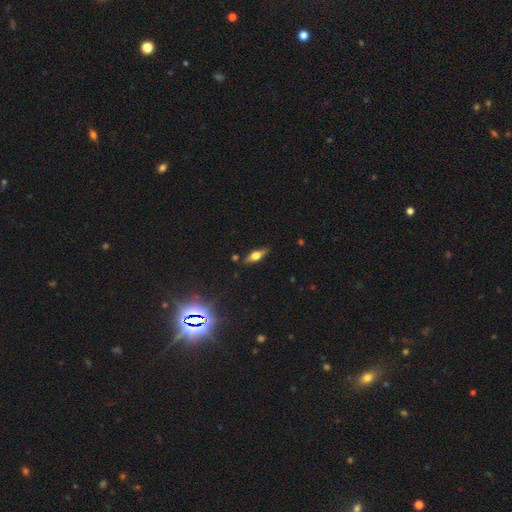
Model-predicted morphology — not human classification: Smooth or featured?
  - featured or disk: 50% *
  - smooth: 41%
  - star or artifact: 9%
Edge-on disk?
  - yes: 91% *
  - no: 9%
Merging?
  - none: 84% *
  - minor disturbance: 11%
  - major disturbance: 2%
  - merger: 2%